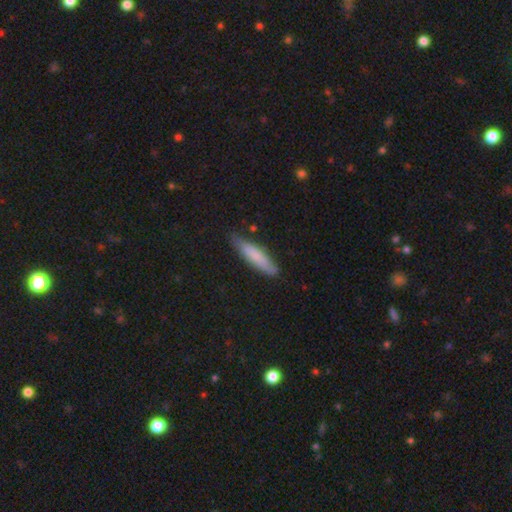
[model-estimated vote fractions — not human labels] This appears to be a smooth galaxy with no disk features (75%) that is cigar-shaped (80%). Merging: none (76%).